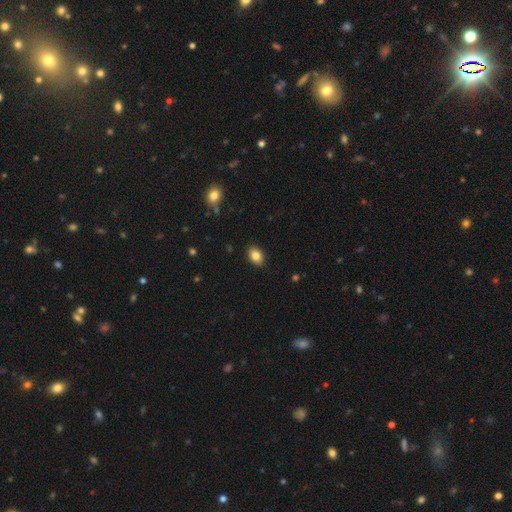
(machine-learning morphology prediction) Overall: smooth (85%). How rounded: in between (80%). Merging: none (89%).